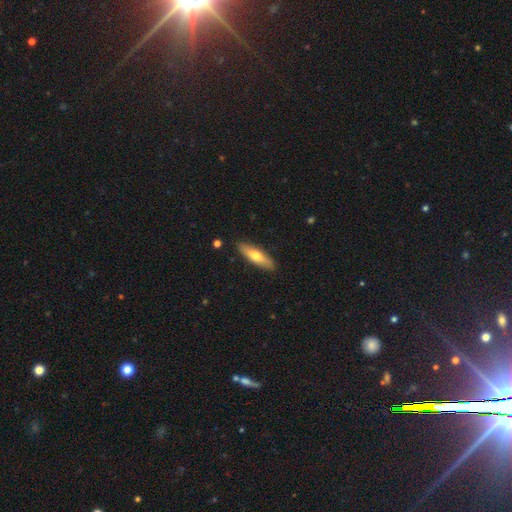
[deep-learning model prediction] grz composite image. It shows a smooth galaxy with no disk features (64%) that is cigar-shaped (62%). Merging: none (89%).